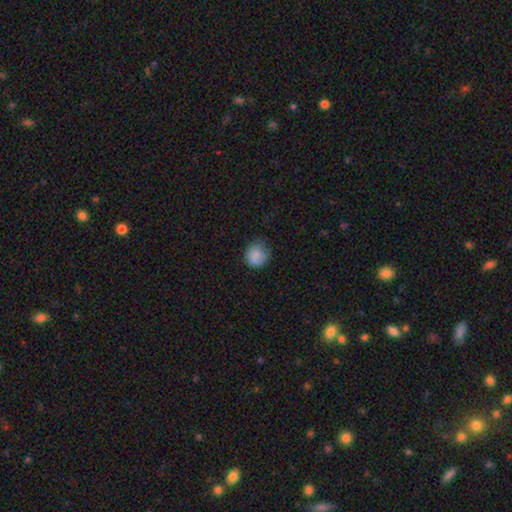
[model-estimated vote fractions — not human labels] smooth-or-featured: smooth: 85% | star or artifact: 8% | featured or disk: 7%
  how-rounded: round: 82% | in between: 17% | cigar-shaped: 1%
  merging: none: 67% | minor disturbance: 26% | major disturbance: 6% | merger: 1%